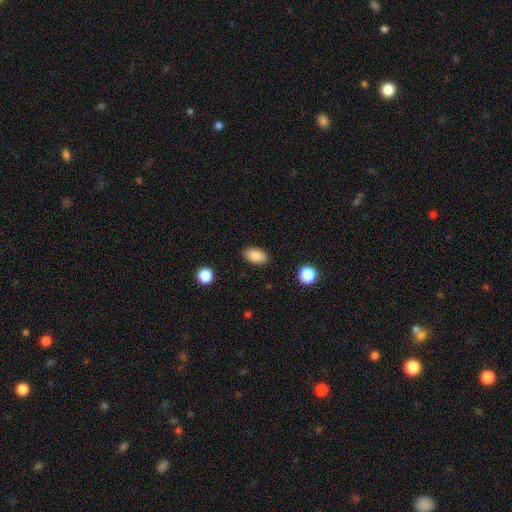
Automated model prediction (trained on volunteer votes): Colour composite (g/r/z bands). It shows a smooth galaxy with no disk features (87%) that is in between round and cigar-shaped (92%). Merging: none (88%).